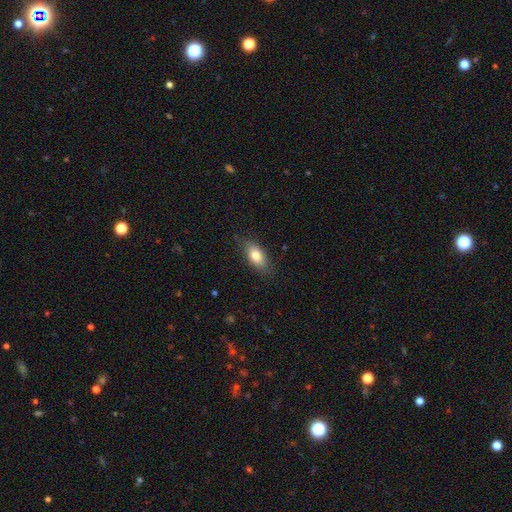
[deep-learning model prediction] This appears to be a smooth galaxy with no disk features (77%) that is in between round and cigar-shaped (85%). Merging: none (80%).